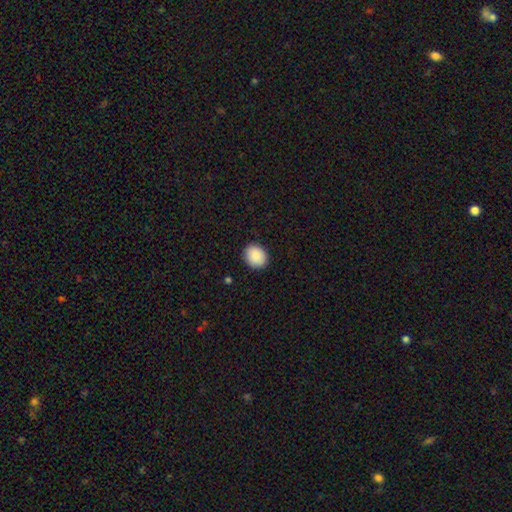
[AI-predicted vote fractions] Morphology: type=smooth (90%); roundness=round (62%); merging=none (90%).